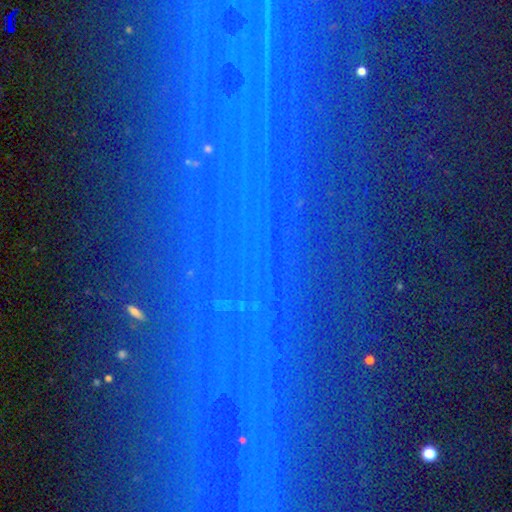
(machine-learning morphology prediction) Overall: star or artifact (77%).